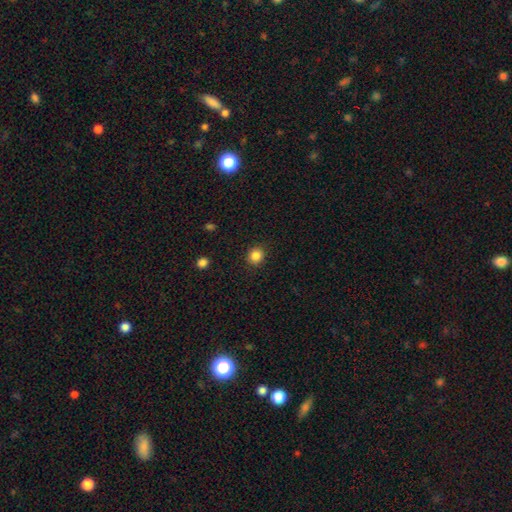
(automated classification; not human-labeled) smooth 85%, star or artifact 11%, featured or disk 4%. Down the decision tree: how rounded — round (84%); merging — none (90%).